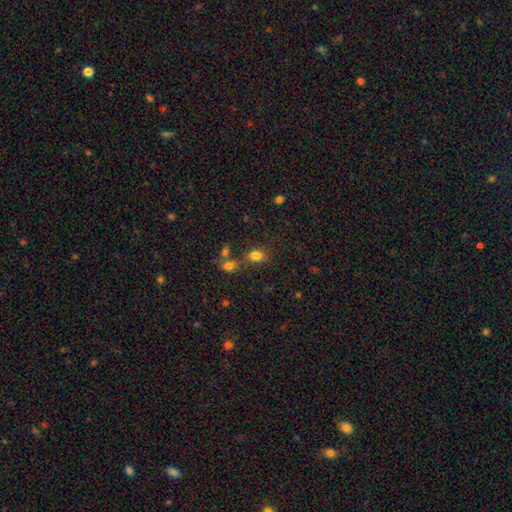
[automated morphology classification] smooth 79%, star or artifact 14%, featured or disk 7%. Down the decision tree: how rounded — in between (73%); merging — none (58%).